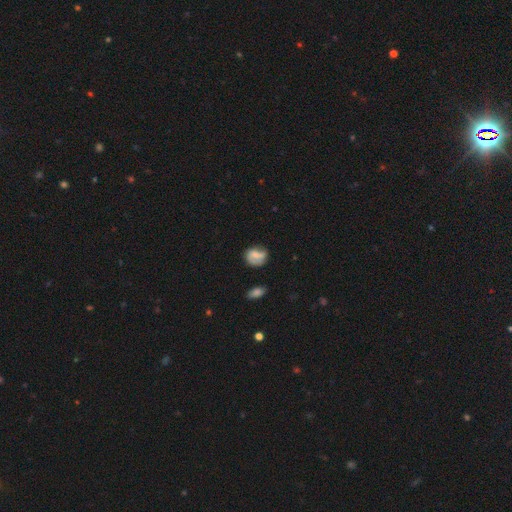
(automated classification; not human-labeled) smooth 52%, featured or disk 39%, star or artifact 9%. Down the decision tree: how rounded — round (58%); merging — none (52%).